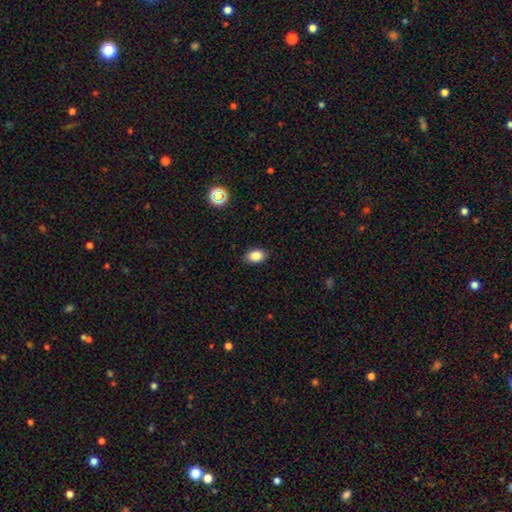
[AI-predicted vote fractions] smooth-or-featured: smooth: 85% | star or artifact: 10% | featured or disk: 5%
  how-rounded: in between: 84% | round: 15% | cigar-shaped: 1%
  merging: none: 88% | minor disturbance: 9% | major disturbance: 2% | merger: 1%